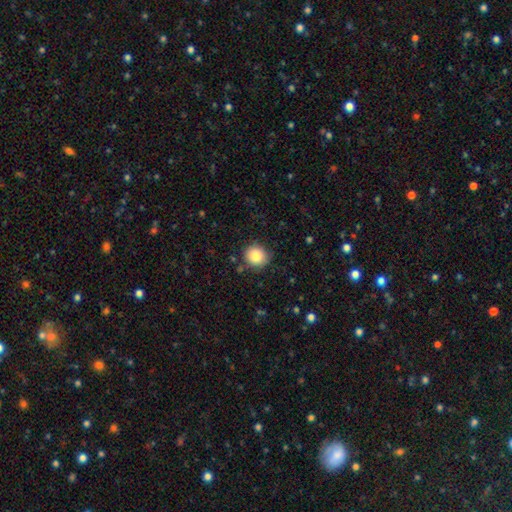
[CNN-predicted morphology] Smooth or featured?
  - smooth: 85% *
  - star or artifact: 9%
  - featured or disk: 6%
How rounded?
  - round: 90% *
  - in between: 9%
  - cigar-shaped: 1%
Merging?
  - none: 85% *
  - minor disturbance: 11%
  - major disturbance: 3%
  - merger: 2%